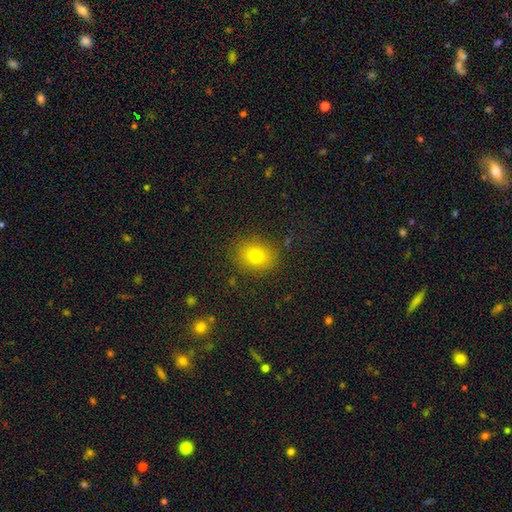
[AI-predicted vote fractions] Morphology: type=smooth (77%); roundness=round (61%); merging=none (86%).